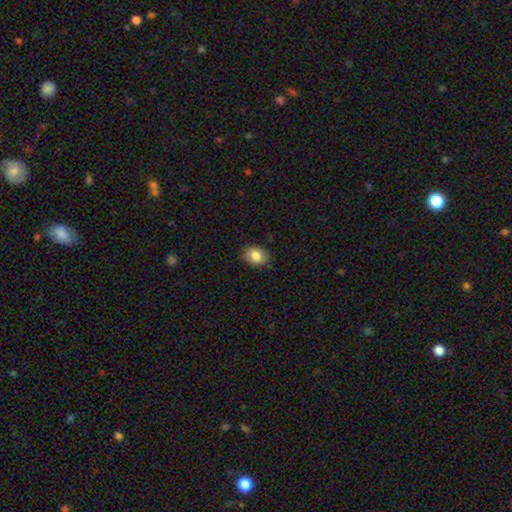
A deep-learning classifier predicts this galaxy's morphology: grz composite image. It shows a smooth galaxy with no disk features (83%) that is in between round and cigar-shaped (69%). Merging: none (86%).